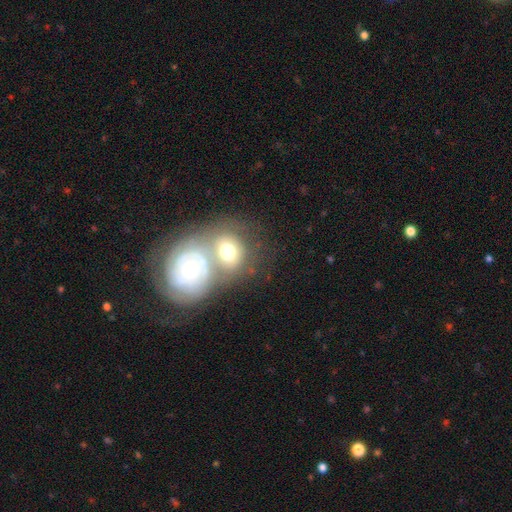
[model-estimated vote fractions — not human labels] Q: Smooth or featured?
A: featured or disk (64%); runner-up: smooth (26%)
Q: Edge-on disk?
A: no (96%); runner-up: yes (4%)
Q: Bar?
A: no (74%); runner-up: weak (19%)
Q: Spiral arms?
A: yes (81%); runner-up: no (19%)
Q: Bulge size?
A: moderate (53%); runner-up: small (37%)
Q: Merging?
A: merger (59%); runner-up: none (29%)